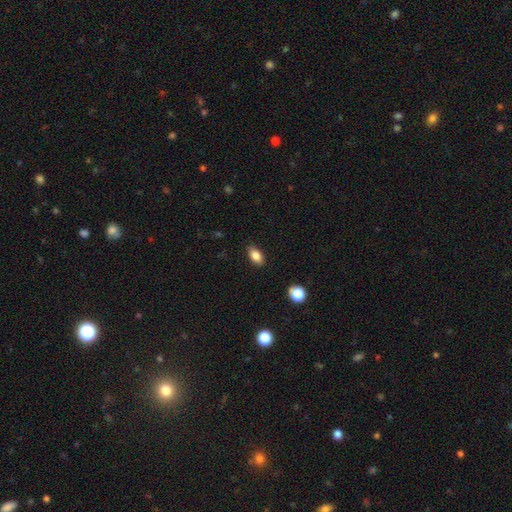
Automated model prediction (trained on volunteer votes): Q: Smooth or featured?
A: smooth (83%); runner-up: star or artifact (9%)
Q: How rounded?
A: in between (88%); runner-up: round (8%)
Q: Merging?
A: none (87%); runner-up: minor disturbance (10%)